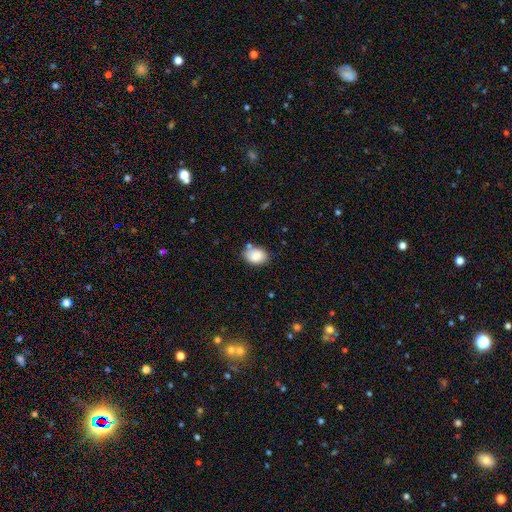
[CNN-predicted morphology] A smooth galaxy with no disk features (85%) that is in between round and cigar-shaped (72%).

Vote fractions:
- Smooth or featured? smooth: 85% / star or artifact: 8% / featured or disk: 7%
- How rounded? in between: 72% / round: 27% / cigar-shaped: 1%
- Merging? none: 69% / minor disturbance: 19% / merger: 8% / major disturbance: 4%